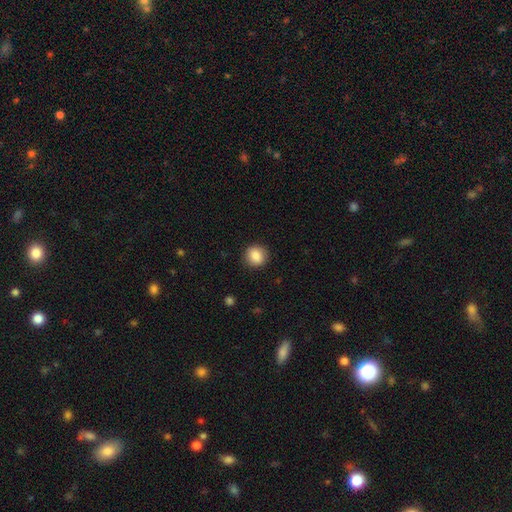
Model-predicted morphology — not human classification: This is clearly a smooth galaxy (87%). How rounded: clearly round (85%). Merging: clearly none (89%).